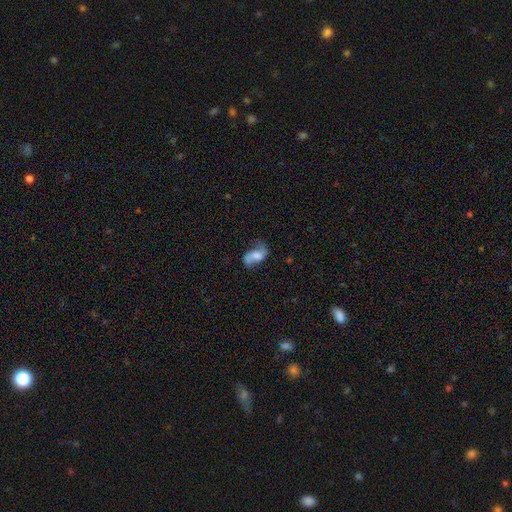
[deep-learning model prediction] featured or disk 60%, smooth 31%, star or artifact 9%. Down the decision tree: edge-on disk — no (96%); bar — no (52%); spiral arms — yes (85%); bulge size — moderate (28%); merging — none (49%).